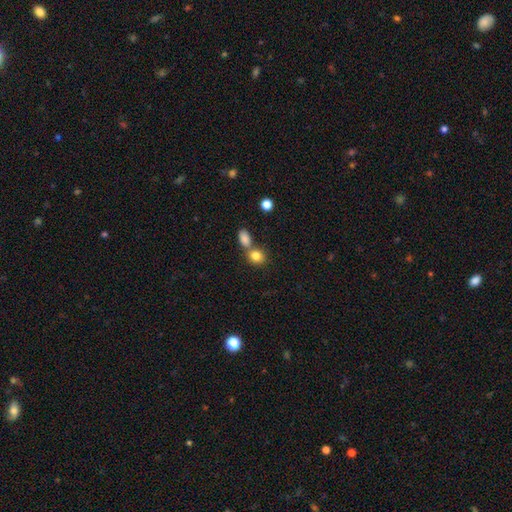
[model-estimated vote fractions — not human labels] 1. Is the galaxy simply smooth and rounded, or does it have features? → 83% smooth, 10% star or artifact, 7% featured or disk.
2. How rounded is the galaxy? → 66% round, 33% in between, 1% cigar-shaped.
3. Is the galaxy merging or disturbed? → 50% none, 38% merger, 9% minor disturbance, 3% major disturbance.